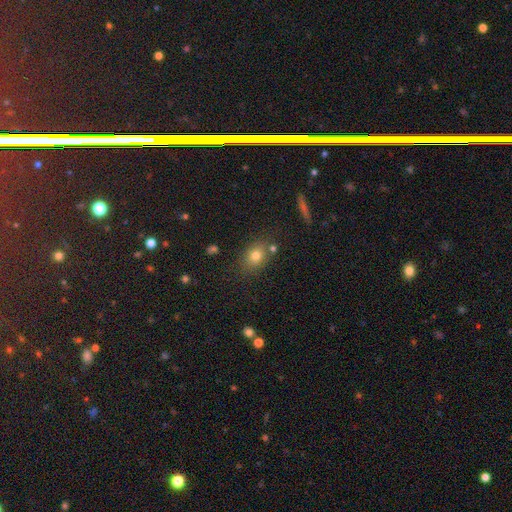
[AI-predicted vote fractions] Smooth or featured: smooth — 76% (star or artifact — 13%)
How rounded: in between — 63% (round — 35%)
Merging: none — 75% (minor disturbance — 13%)